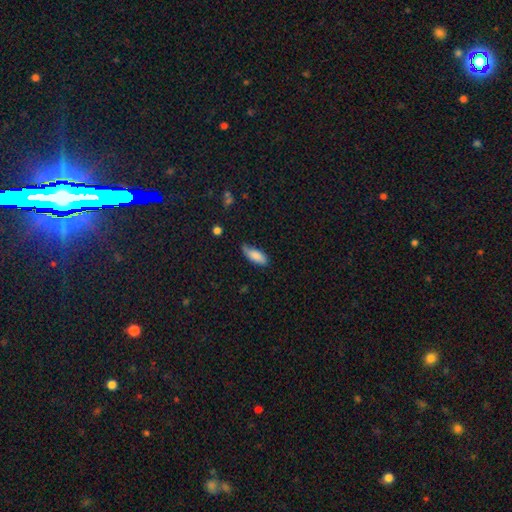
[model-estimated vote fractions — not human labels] Morphology: type=smooth (82%); roundness=in between (76%); merging=none (56%).